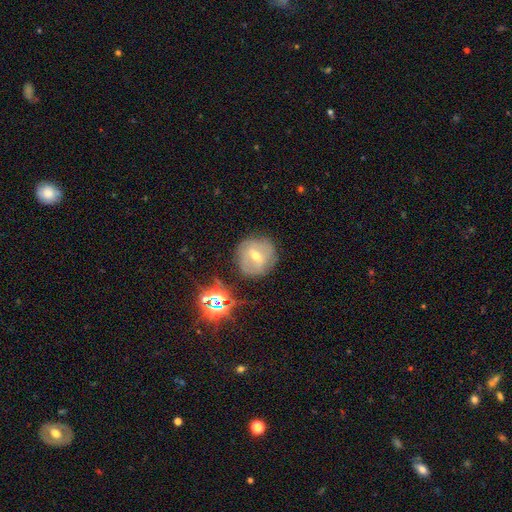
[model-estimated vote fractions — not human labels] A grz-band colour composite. It shows a featured or disk galaxy (49%). Merging: none (78%).